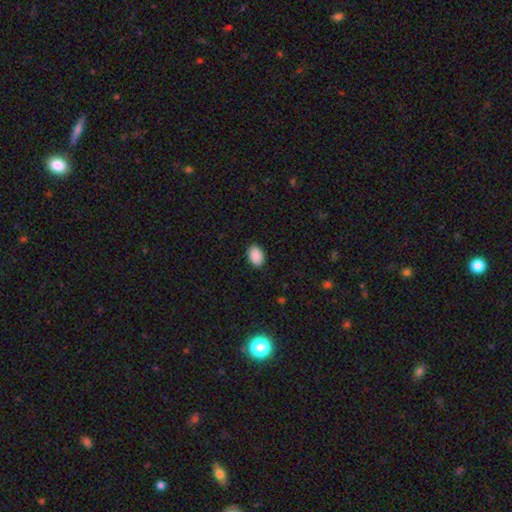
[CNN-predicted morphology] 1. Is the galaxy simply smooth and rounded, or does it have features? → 91% smooth, 7% star or artifact, 2% featured or disk.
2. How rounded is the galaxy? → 88% in between, 11% round, 1% cigar-shaped.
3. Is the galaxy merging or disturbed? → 89% none, 8% minor disturbance, 2% major disturbance, 1% merger.